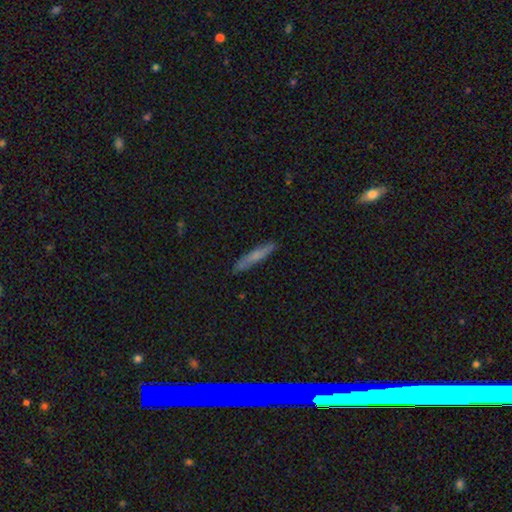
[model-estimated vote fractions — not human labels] Smooth or featured?
  - smooth: 63% *
  - featured or disk: 30%
  - star or artifact: 7%
How rounded?
  - cigar-shaped: 93% *
  - in between: 5%
  - round: 2%
Merging?
  - none: 88% *
  - minor disturbance: 9%
  - major disturbance: 2%
  - merger: 1%